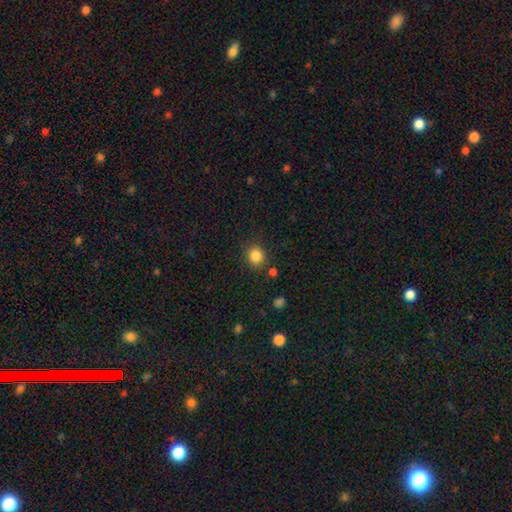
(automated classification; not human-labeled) smooth 85%, star or artifact 11%, featured or disk 4%. Down the decision tree: how rounded — round (85%); merging — none (85%).